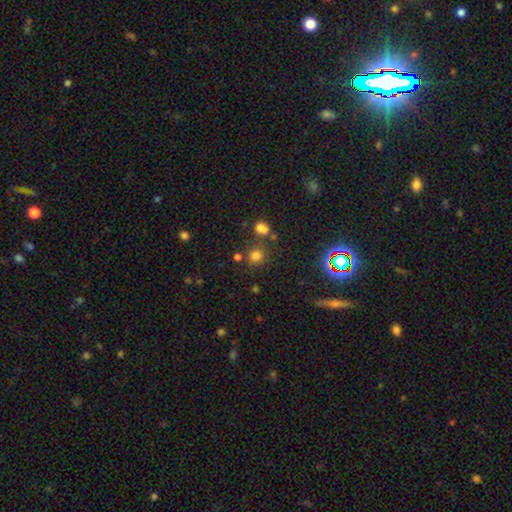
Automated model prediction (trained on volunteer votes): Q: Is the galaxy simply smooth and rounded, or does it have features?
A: smooth — 74%.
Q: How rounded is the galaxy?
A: round — 84%.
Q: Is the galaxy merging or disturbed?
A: none — 72%.